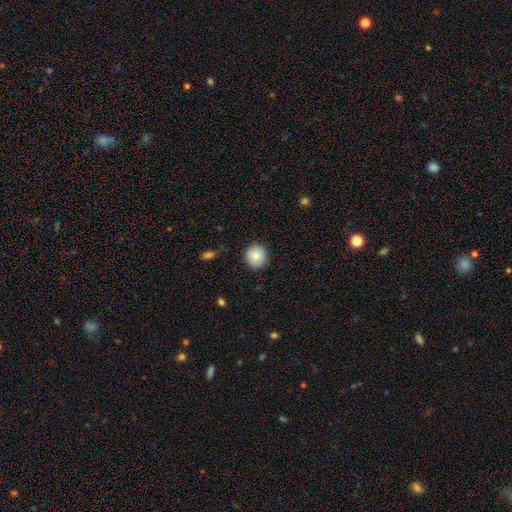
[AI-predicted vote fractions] A smooth galaxy with no disk features (82%) that is round (86%).

Vote fractions:
- Smooth or featured? smooth: 82% / featured or disk: 10% / star or artifact: 8%
- How rounded? round: 86% / in between: 13% / cigar-shaped: 1%
- Merging? none: 87% / minor disturbance: 10% / major disturbance: 2% / merger: 1%